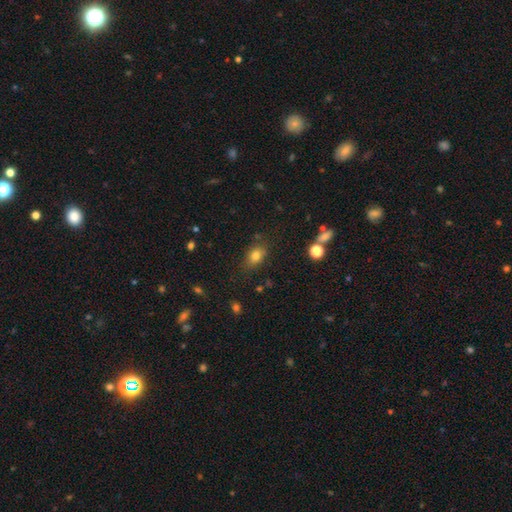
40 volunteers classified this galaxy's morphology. Smooth or featured? smooth (80%)
How rounded? in between (62%)
Merging? none (70%)